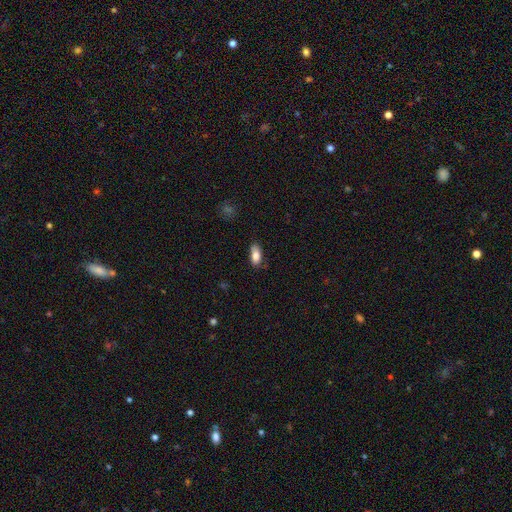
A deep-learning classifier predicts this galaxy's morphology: Smooth or featured? smooth (81%)
How rounded? in between (87%)
Merging? none (70%)